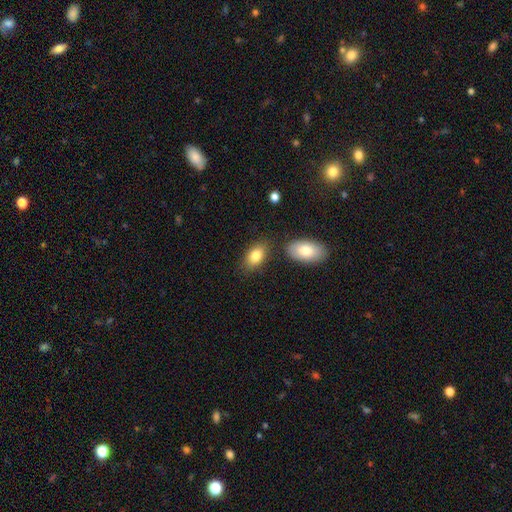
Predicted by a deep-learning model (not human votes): smooth 83%, featured or disk 10%, star or artifact 7%. Down the decision tree: how rounded — in between (91%); merging — none (74%).